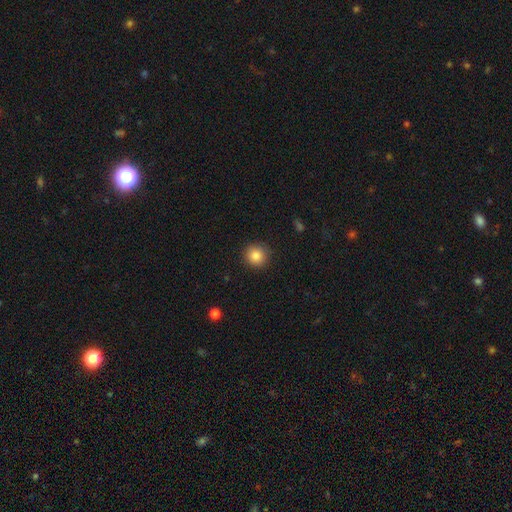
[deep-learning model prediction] A smooth galaxy with no disk features (85%) that is round (92%). Merging: none (90%).